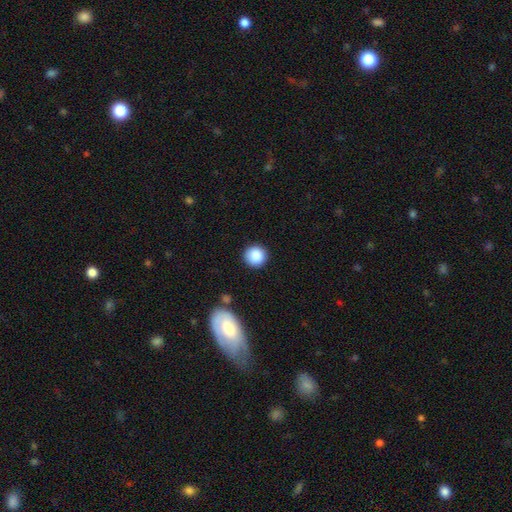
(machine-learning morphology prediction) A smooth galaxy with no disk features (88%) that is round (94%).

Vote fractions:
- Smooth or featured? smooth: 88% / star or artifact: 8% / featured or disk: 4%
- How rounded? round: 94% / in between: 5% / cigar-shaped: 1%
- Merging? none: 89% / minor disturbance: 7% / major disturbance: 2% / merger: 2%